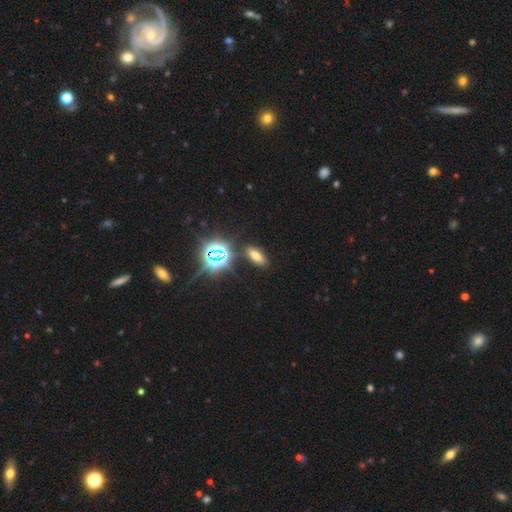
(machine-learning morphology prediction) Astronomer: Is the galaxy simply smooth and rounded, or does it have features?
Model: smooth — 53% (runner-up: star or artifact, 36%).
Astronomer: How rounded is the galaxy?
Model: in between — 74%.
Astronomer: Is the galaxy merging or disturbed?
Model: none — 86%.